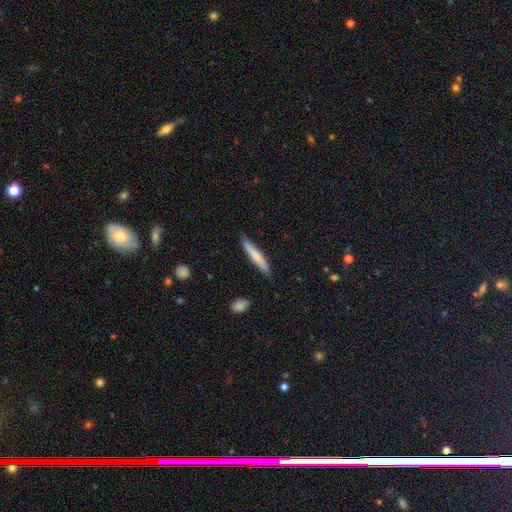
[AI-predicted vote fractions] Smooth or featured? smooth (69%)
How rounded? cigar-shaped (93%)
Merging? none (85%)